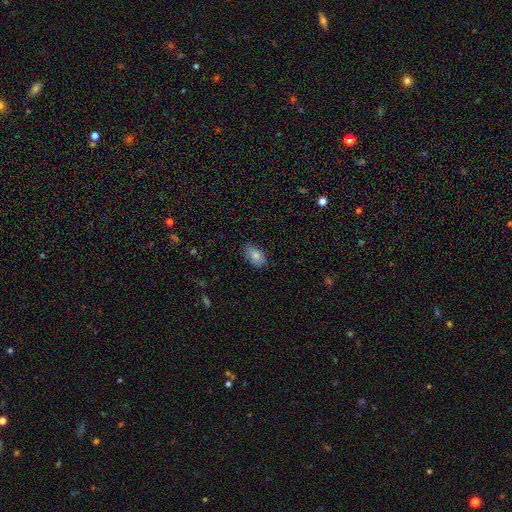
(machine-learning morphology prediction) smooth 82%, featured or disk 10%, star or artifact 8%. Down the decision tree: how rounded — in between (90%); merging — none (69%).